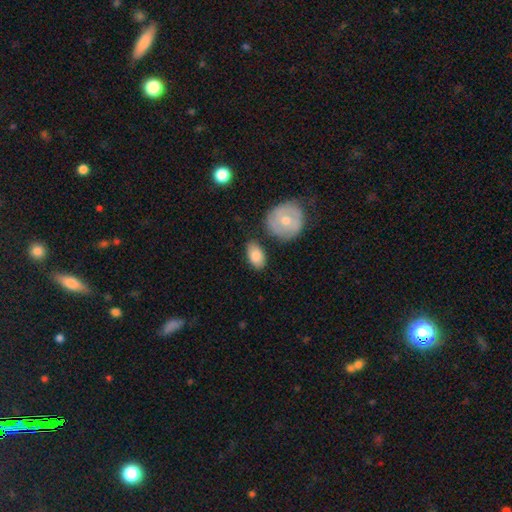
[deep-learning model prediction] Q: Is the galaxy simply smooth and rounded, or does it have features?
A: smooth — 81%.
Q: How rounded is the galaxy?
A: in between — 90%.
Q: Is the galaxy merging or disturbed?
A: none — 76%.